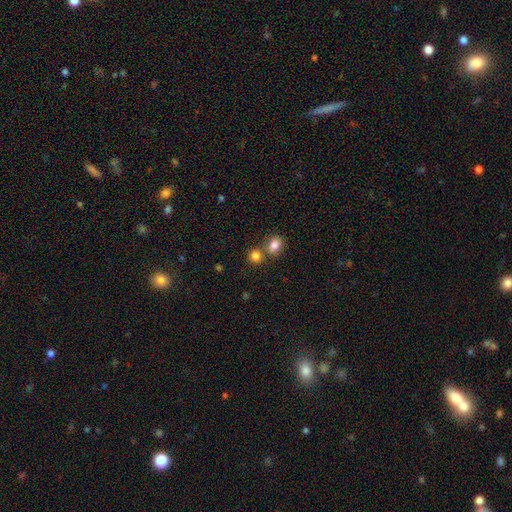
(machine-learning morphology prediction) smooth_or_featured: smooth (p=0.82) [alt: star or artifact p=0.12]
how_rounded: round (p=0.80) [alt: in between p=0.19]
merging: none (p=0.56) [alt: merger p=0.34]